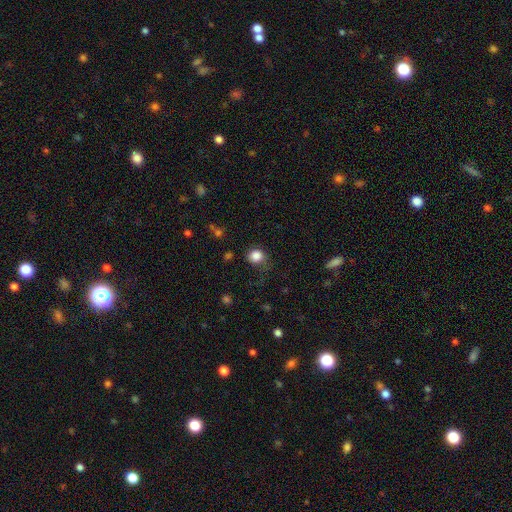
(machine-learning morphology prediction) Smooth or featured: smooth — 84% (star or artifact — 10%)
How rounded: round — 78% (in between — 21%)
Merging: none — 63% (minor disturbance — 22%)